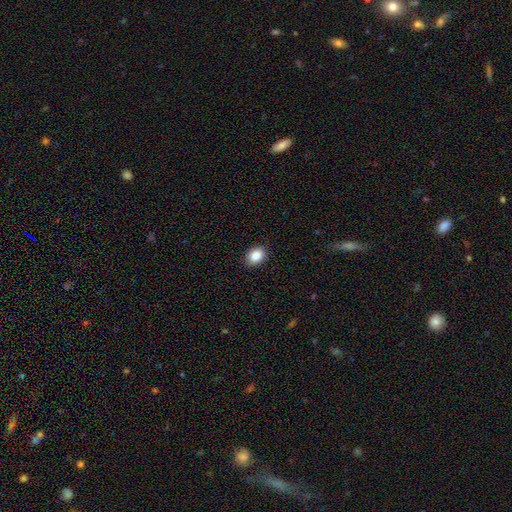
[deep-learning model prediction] The model was most divided on "how rounded": in between: 62%, round: 37%, cigar-shaped: 1%. More confident: merging — none (89%); smooth or featured — smooth (87%).